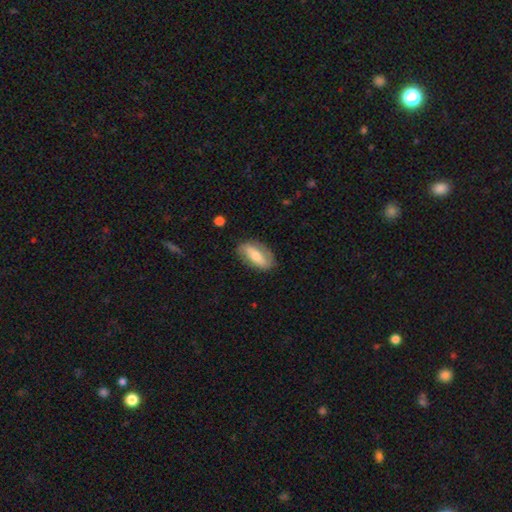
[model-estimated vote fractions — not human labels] Morphology: type=featured or disk (48%); merging=none (77%).